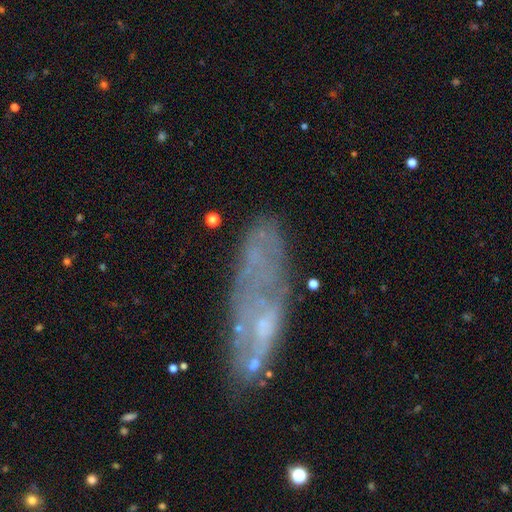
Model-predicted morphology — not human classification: featured or disk 51%, smooth 36%, star or artifact 13%. Down the decision tree: edge-on disk — no (73%); merging — none (55%).